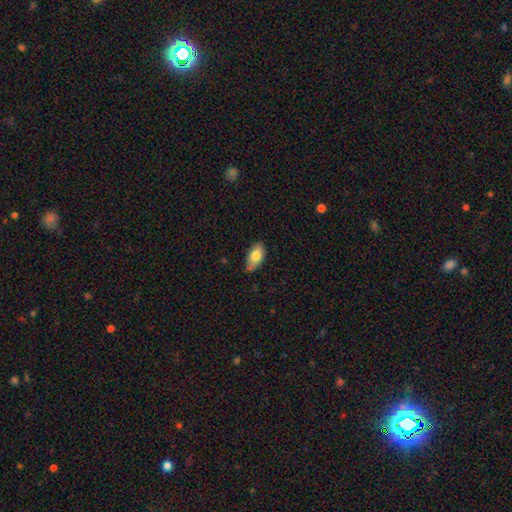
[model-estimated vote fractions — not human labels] Smooth or featured? smooth (78%)
How rounded? in between (92%)
Merging? none (67%)